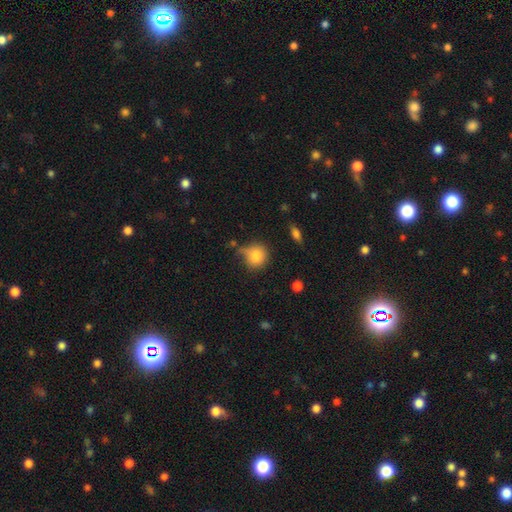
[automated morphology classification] smooth_or_featured: smooth (p=0.83) [alt: star or artifact p=0.10]
how_rounded: round (p=0.87) [alt: in between p=0.12]
merging: none (p=0.59) [alt: minor disturbance p=0.26]